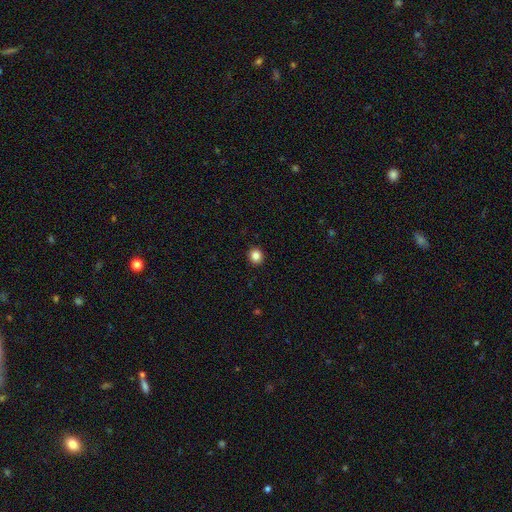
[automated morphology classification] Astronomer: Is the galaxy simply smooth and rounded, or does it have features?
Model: smooth — 85%.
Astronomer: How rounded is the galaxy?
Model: round — 84%.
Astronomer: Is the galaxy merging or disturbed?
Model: none — 93%.